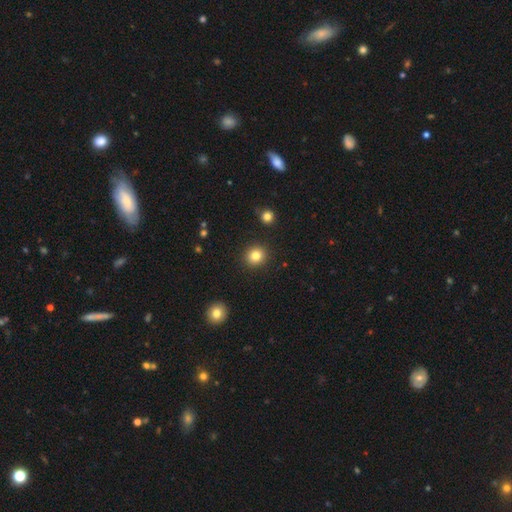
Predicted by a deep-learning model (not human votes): smooth-or-featured: smooth: 82% | star or artifact: 12% | featured or disk: 6%
  how-rounded: round: 89% | in between: 10% | cigar-shaped: 1%
  merging: none: 91% | minor disturbance: 5% | major disturbance: 2% | merger: 2%